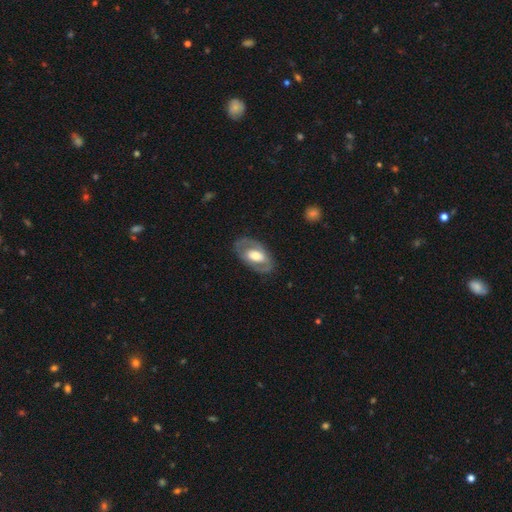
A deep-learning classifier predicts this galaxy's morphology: smooth-or-featured: featured or disk: 58% | smooth: 36% | star or artifact: 5%
  disk-edge-on: no: 91% | yes: 9%
    bar: no: 55% | weak: 29% | strong: 16%
    has-spiral-arms: no: 63% | yes: 37%
    bulge-size: moderate: 56% | large: 31% | small: 10% | dominant: 2% | none: 1%
  merging: none: 79% | minor disturbance: 14% | major disturbance: 6% | merger: 1%